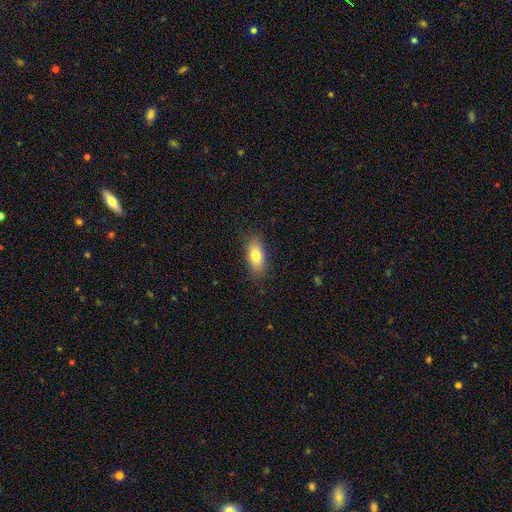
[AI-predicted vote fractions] Overall: smooth (79%). How rounded: in between (83%). Merging: none (86%).